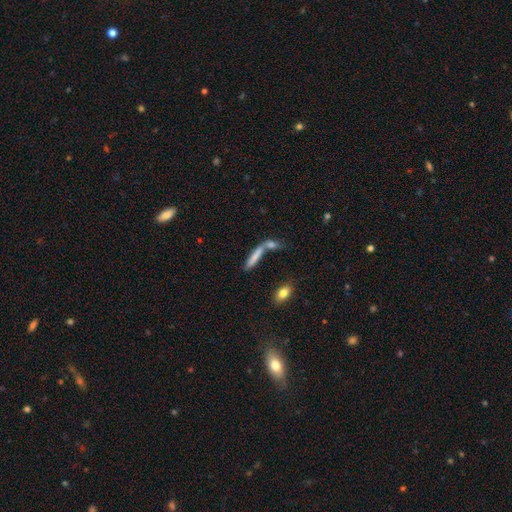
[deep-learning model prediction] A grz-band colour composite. It shows a smooth galaxy with no disk features (69%) that is cigar-shaped (81%). Merging: merger (41%, tied with none).